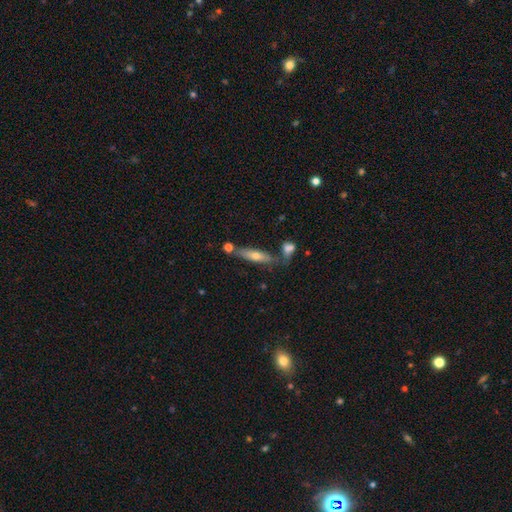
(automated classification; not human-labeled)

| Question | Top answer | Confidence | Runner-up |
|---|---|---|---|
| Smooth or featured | smooth | 52% | featured or disk (41%) |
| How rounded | cigar-shaped | 71% | in between (27%) |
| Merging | none | 65% | minor disturbance (16%) |